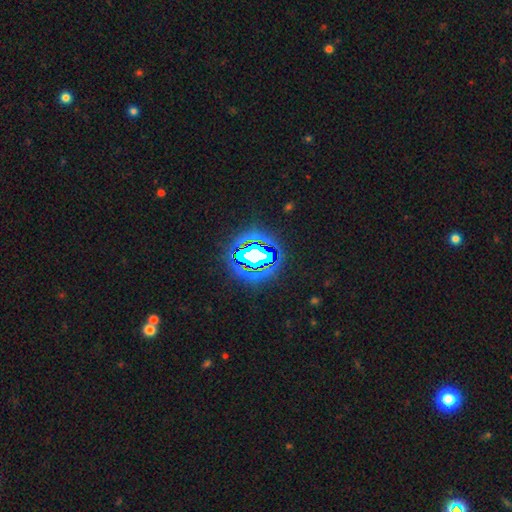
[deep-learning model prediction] This appears to be a star or artifact, not a galaxy (70%).